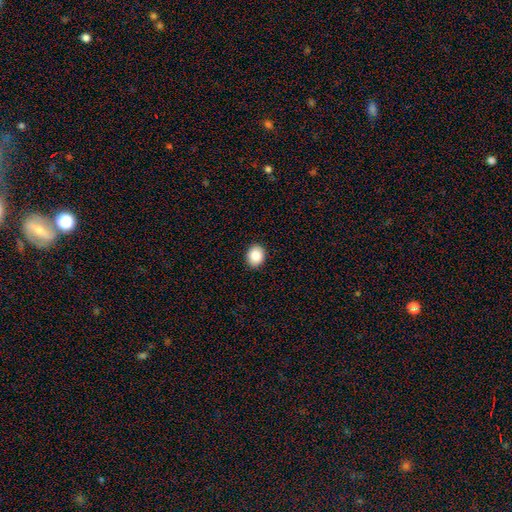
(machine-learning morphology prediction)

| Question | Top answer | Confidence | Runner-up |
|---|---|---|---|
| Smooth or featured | smooth | 87% | star or artifact (8%) |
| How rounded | round | 59% | in between (40%) |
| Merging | none | 91% | minor disturbance (6%) |